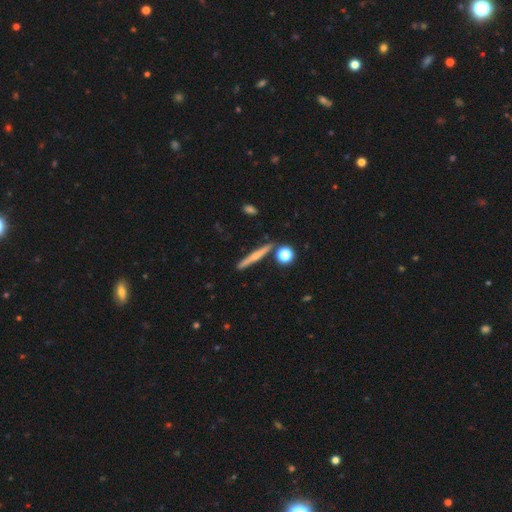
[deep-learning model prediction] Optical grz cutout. It shows a featured or disk galaxy (47%). Merging: none (85%).